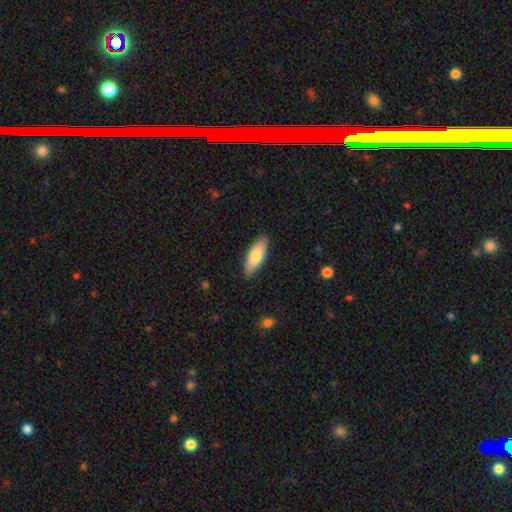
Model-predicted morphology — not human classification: type=smooth (79%); roundness=in between (68%); merging=none (86%).